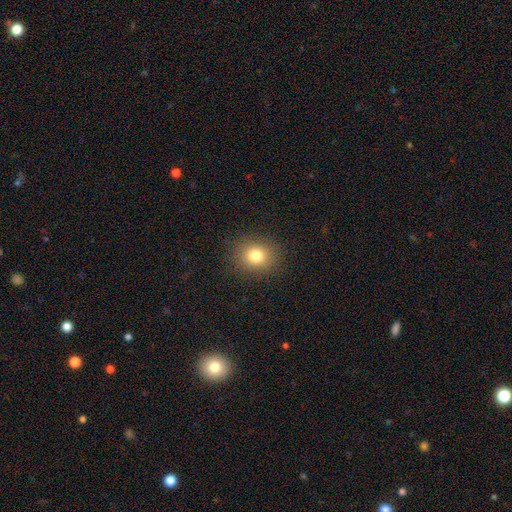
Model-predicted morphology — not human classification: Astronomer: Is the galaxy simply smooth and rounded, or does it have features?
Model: smooth — 80%.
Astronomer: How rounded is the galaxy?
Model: round — 73%.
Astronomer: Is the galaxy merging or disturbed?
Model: none — 89%.